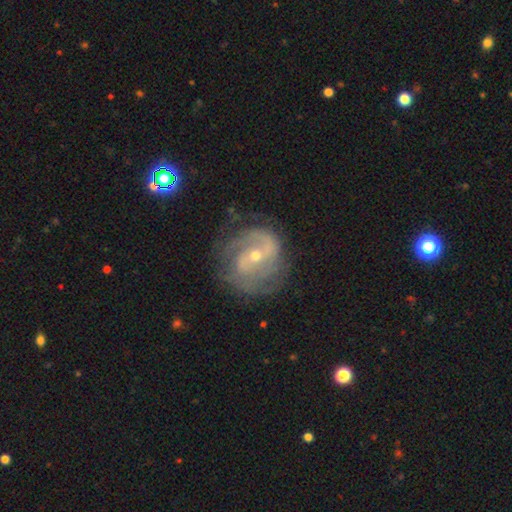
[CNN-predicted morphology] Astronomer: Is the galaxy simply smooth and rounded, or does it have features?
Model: featured or disk — 82%.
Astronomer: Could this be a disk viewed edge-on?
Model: no — 97%.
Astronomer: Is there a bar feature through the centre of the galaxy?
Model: weak — 42% (runner-up: no, 37%).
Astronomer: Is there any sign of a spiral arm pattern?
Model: yes — 91%.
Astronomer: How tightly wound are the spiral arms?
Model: medium — 43% (runner-up: tight, 38%).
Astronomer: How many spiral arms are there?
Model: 2 — 58%.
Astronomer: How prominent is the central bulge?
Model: small — 59% (runner-up: moderate, 38%).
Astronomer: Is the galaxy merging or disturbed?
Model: none — 65%.